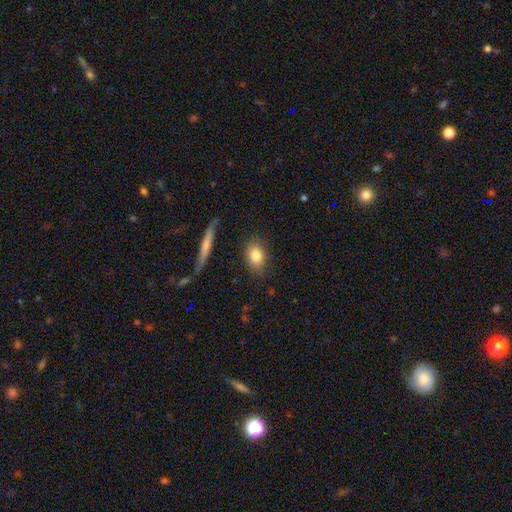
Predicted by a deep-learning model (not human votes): Smooth or featured? Predicted: smooth (p=0.81). How rounded? Predicted: in between (p=0.76). Merging? Predicted: none (p=0.82).